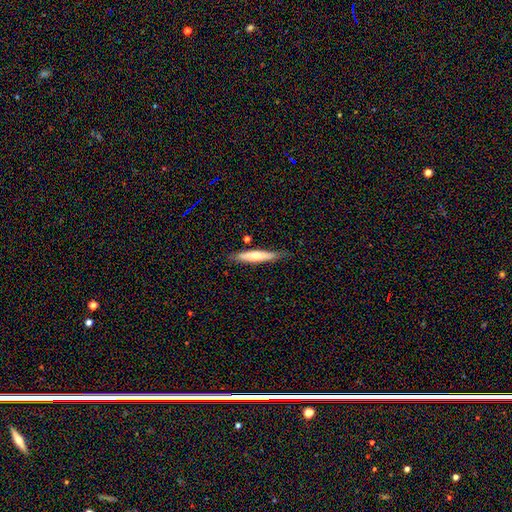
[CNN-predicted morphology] type=smooth (59%); roundness=cigar-shaped (86%); merging=none (79%).